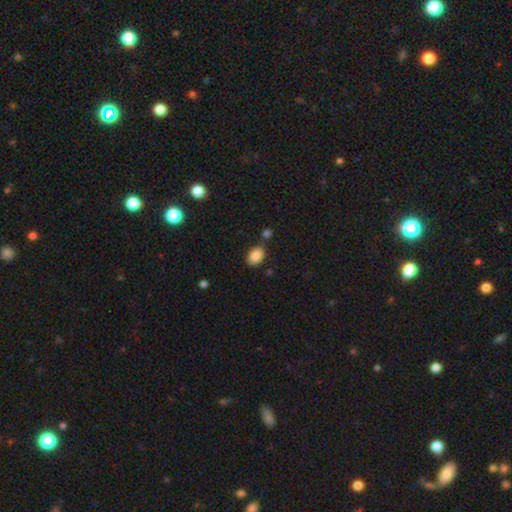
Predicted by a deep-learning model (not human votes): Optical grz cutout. It shows a smooth galaxy with no disk features (87%) that is in between round and cigar-shaped (79%). Merging: none (74%).